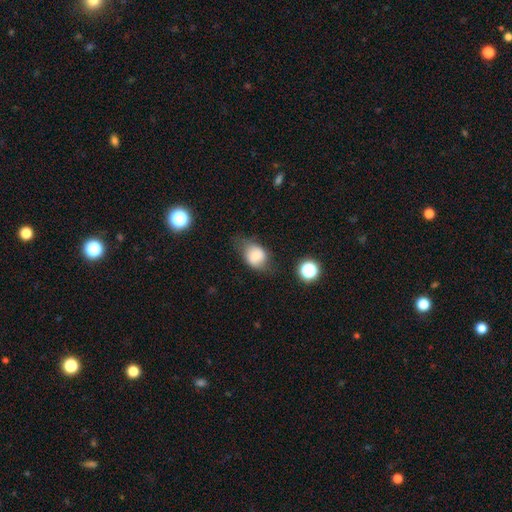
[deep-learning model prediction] A smooth galaxy with no disk features (69%) that is in between round and cigar-shaped (56%). Merging: none (53%).